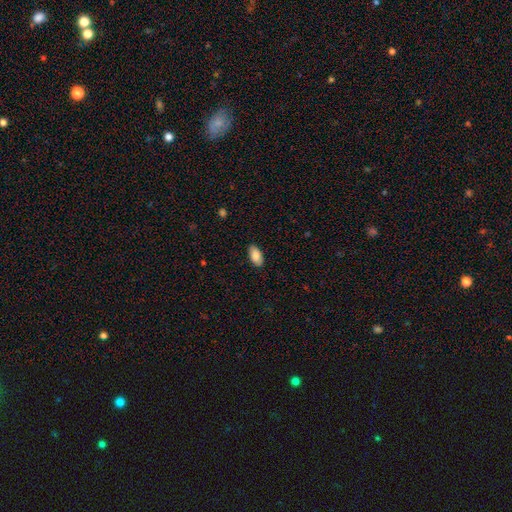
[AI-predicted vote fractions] smooth_or_featured: smooth (p=0.87) [alt: featured or disk p=0.06]
how_rounded: in between (p=0.94) [alt: cigar-shaped p=0.04]
merging: none (p=0.87) [alt: minor disturbance p=0.09]